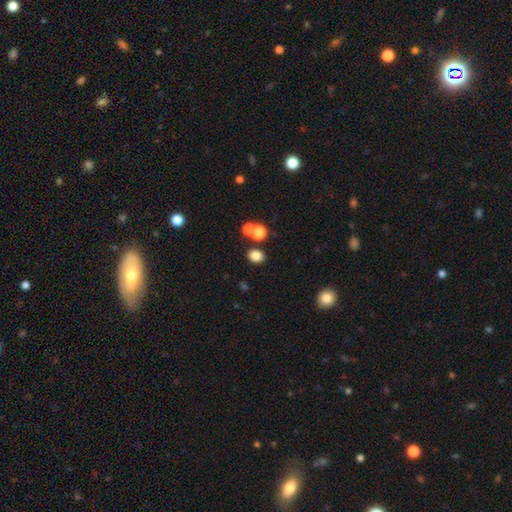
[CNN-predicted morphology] This is clearly a smooth galaxy (80%). How rounded: possibly in between (50%). Merging: likely none (74%).